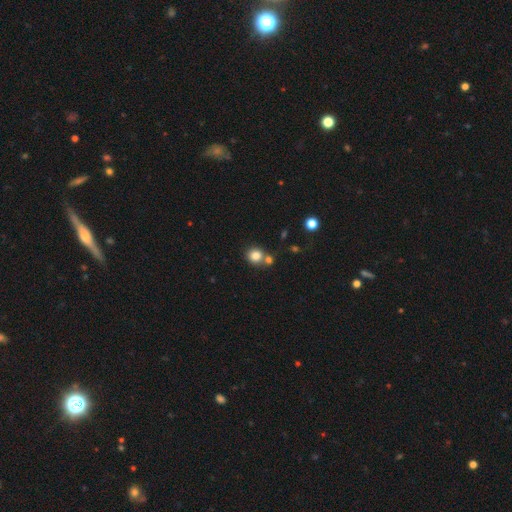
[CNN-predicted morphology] A smooth galaxy with no disk features (83%) that is round (84%).

Vote fractions:
- Smooth or featured? smooth: 83% / star or artifact: 11% / featured or disk: 7%
- How rounded? round: 84% / in between: 15% / cigar-shaped: 1%
- Merging? none: 59% / merger: 29% / minor disturbance: 9% / major disturbance: 3%